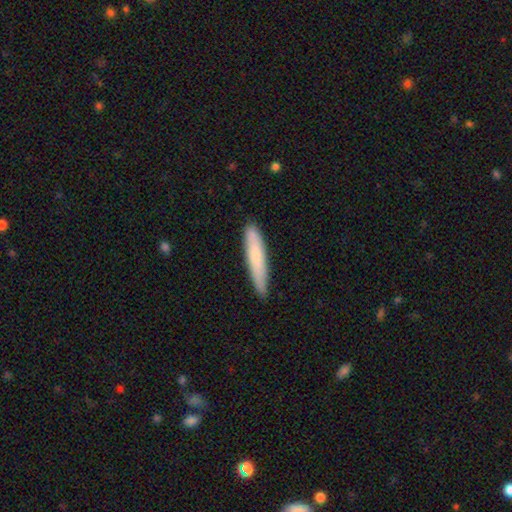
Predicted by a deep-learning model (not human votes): Smooth or featured? Predicted: smooth (p=0.73). How rounded? Predicted: cigar-shaped (p=0.90). Merging? Predicted: none (p=0.84).